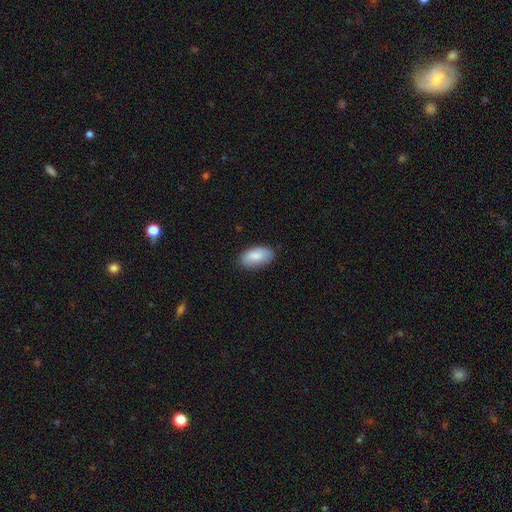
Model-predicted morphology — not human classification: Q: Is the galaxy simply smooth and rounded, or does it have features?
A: smooth — 86%.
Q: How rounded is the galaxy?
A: in between — 94%.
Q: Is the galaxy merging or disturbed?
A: none — 83%.